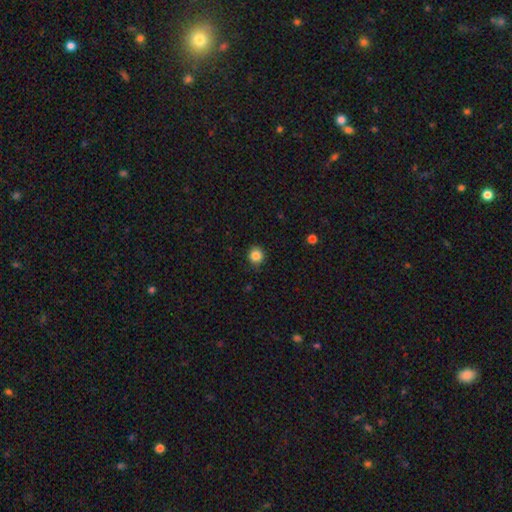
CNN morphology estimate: Smooth or featured? Predicted: smooth (p=0.85). How rounded? Predicted: round (p=0.87). Merging? Predicted: none (p=0.86).